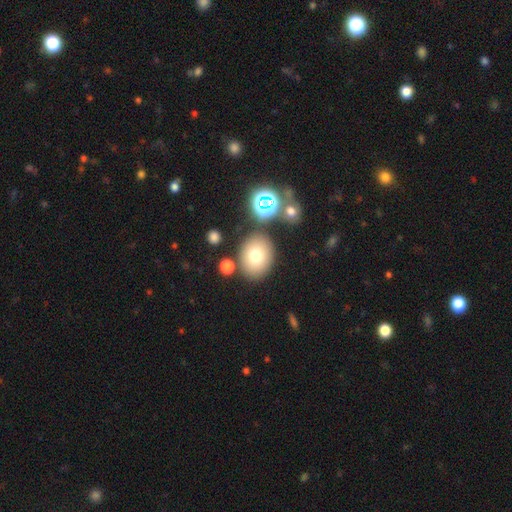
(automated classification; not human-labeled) This appears to be a smooth galaxy with no disk features (72%) that is round (55%). Merging: none (79%).